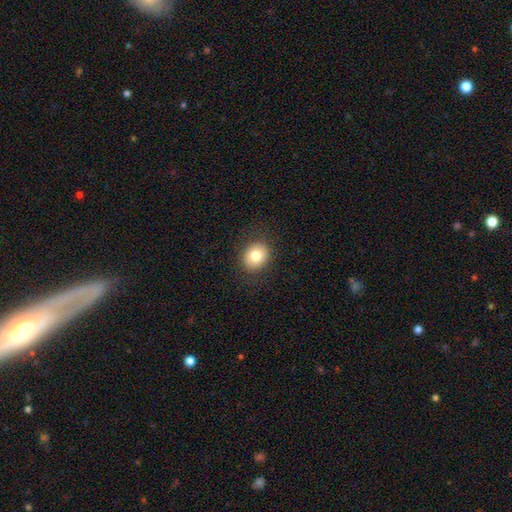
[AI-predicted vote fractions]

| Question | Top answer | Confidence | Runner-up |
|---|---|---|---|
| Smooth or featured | smooth | 80% | featured or disk (11%) |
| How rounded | round | 59% | in between (40%) |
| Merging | none | 87% | minor disturbance (9%) |